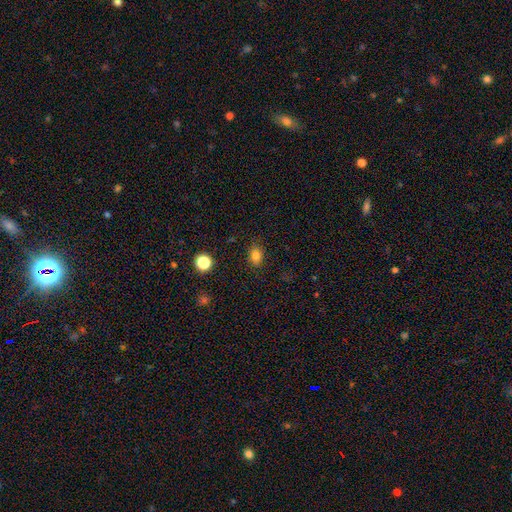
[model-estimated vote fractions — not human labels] Morphology: type=smooth (80%); roundness=in between (73%); merging=none (85%).